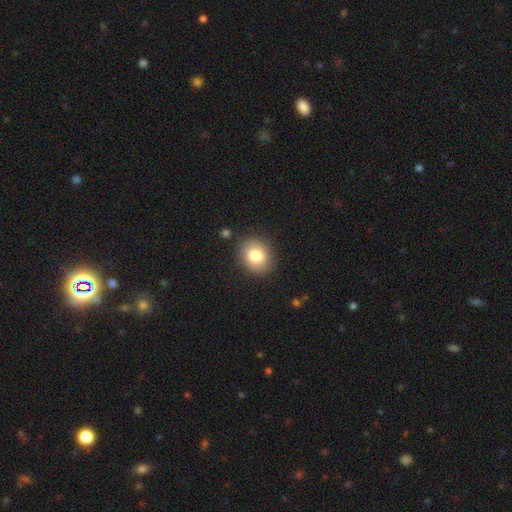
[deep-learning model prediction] A smooth galaxy with no disk features (82%) that is round (59%).

Vote fractions:
- Smooth or featured? smooth: 82% / featured or disk: 9% / star or artifact: 9%
- How rounded? round: 59% / in between: 40% / cigar-shaped: 1%
- Merging? none: 87% / minor disturbance: 9% / major disturbance: 3% / merger: 2%